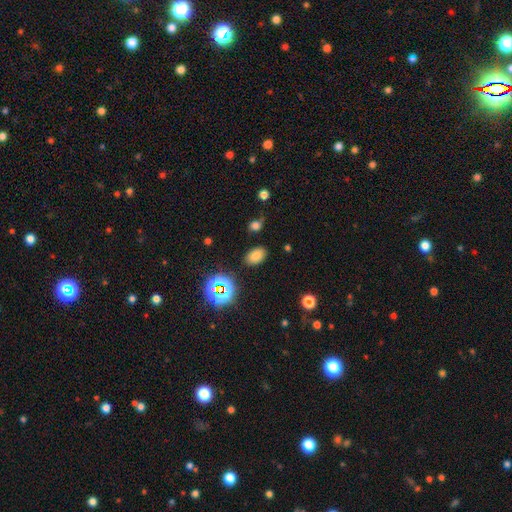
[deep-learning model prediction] Overall: smooth (74%). How rounded: in between (87%). Merging: none (85%).